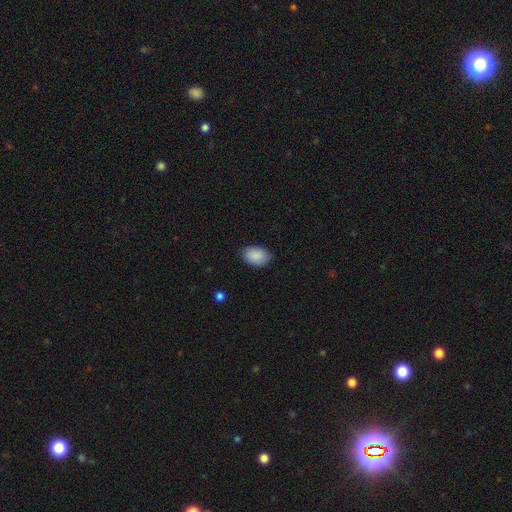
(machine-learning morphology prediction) This appears to be a smooth galaxy with no disk features (90%) that is in between round and cigar-shaped (87%). Merging: none (86%).